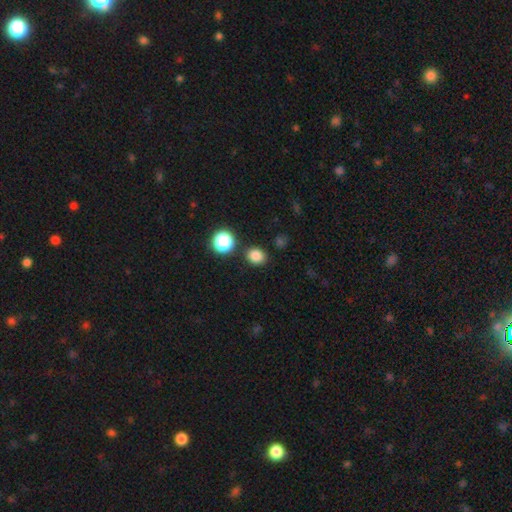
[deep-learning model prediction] Smooth or featured?
  - smooth: 82% *
  - star or artifact: 14%
  - featured or disk: 4%
How rounded?
  - round: 73% *
  - in between: 26%
  - cigar-shaped: 1%
Merging?
  - none: 85% *
  - minor disturbance: 8%
  - merger: 5%
  - major disturbance: 3%